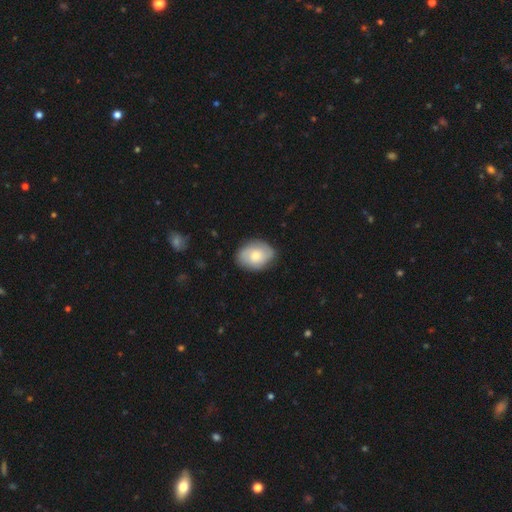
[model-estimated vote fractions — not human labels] This appears to be a smooth galaxy with no disk features (65%) that is in between round and cigar-shaped (66%). Merging: none (77%).